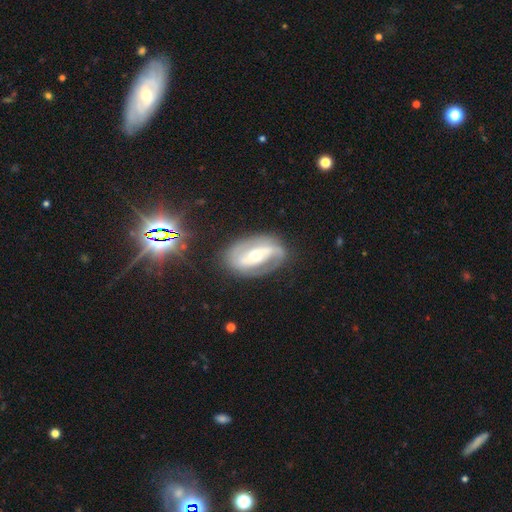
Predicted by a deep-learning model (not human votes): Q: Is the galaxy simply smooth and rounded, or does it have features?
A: featured or disk — 80%.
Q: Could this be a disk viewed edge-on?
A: no — 94%.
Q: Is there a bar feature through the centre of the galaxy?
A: strong — 52%.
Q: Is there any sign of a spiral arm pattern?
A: yes — 78%.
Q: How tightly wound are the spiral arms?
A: medium — 41%.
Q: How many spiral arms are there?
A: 2 — 81%.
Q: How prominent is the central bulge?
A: moderate — 64%.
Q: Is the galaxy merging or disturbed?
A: none — 77%.